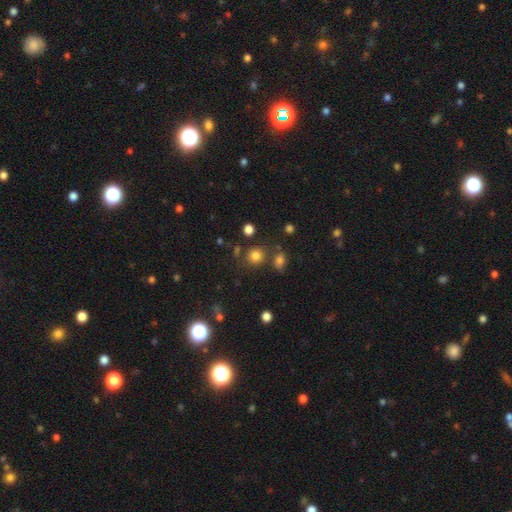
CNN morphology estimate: Smooth or featured? Predicted: smooth (p=0.79). How rounded? Predicted: round (p=0.86). Merging? Predicted: none (p=0.74).